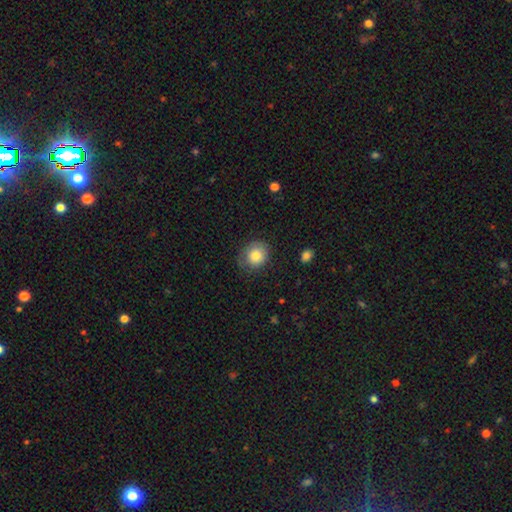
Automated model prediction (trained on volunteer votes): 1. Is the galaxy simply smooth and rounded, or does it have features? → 81% smooth, 11% featured or disk, 8% star or artifact.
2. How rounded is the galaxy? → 77% round, 22% in between, 1% cigar-shaped.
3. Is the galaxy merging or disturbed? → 71% none, 21% minor disturbance, 7% major disturbance, 1% merger.